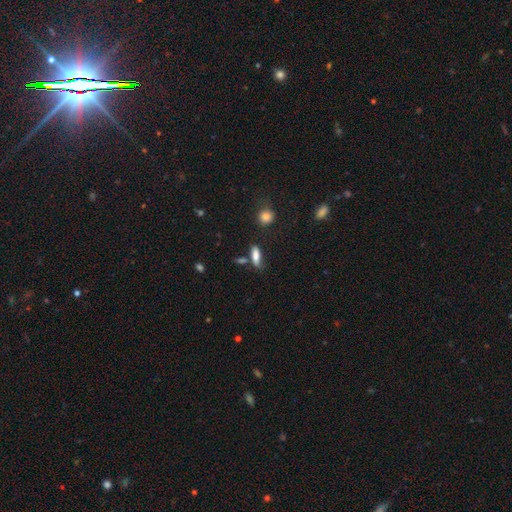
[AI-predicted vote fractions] smooth-or-featured: smooth: 78% | featured or disk: 13% | star or artifact: 9%
  how-rounded: in between: 55% | cigar-shaped: 41% | round: 4%
  merging: none: 57% | minor disturbance: 21% | merger: 14% | major disturbance: 8%